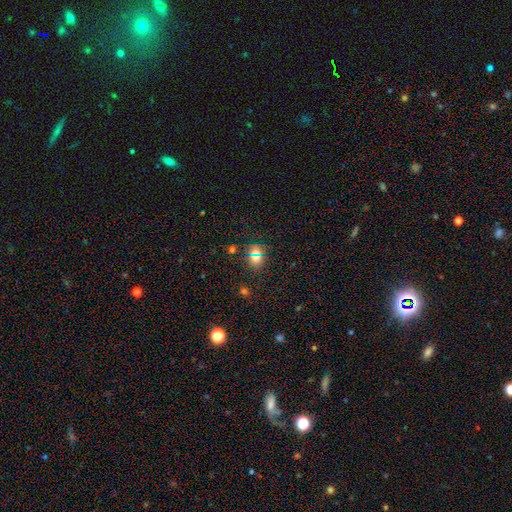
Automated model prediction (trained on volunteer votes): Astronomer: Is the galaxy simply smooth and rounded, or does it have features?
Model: smooth — 58% (runner-up: star or artifact, 33%).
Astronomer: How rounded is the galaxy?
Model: round — 78%.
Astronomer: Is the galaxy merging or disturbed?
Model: none — 81%.